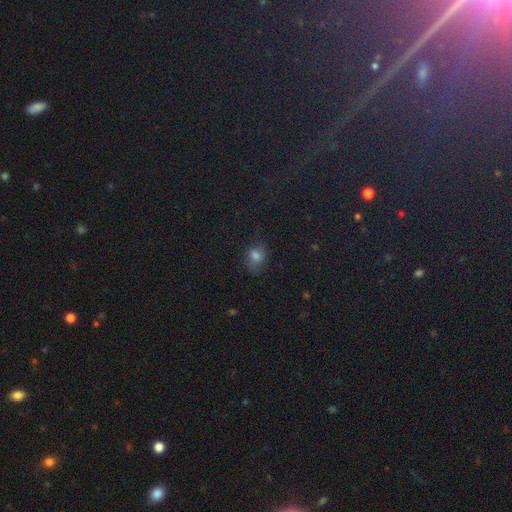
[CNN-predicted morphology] Smooth or featured? Predicted: smooth (p=0.70). How rounded? Predicted: in between (p=0.59). Merging? Predicted: none (p=0.65).